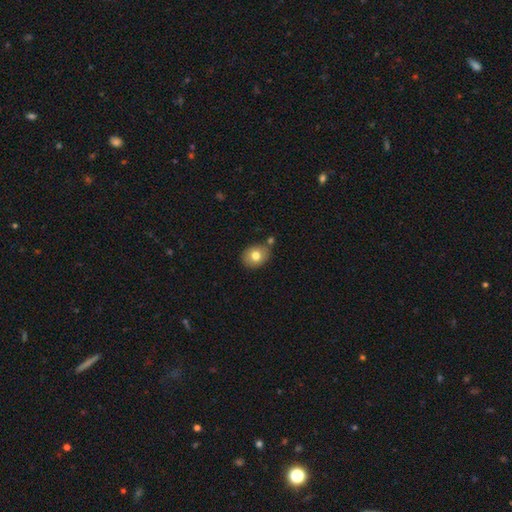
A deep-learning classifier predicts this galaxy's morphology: This is likely a smooth galaxy (77%). How rounded: possibly in between (50%). Merging: likely none (72%).